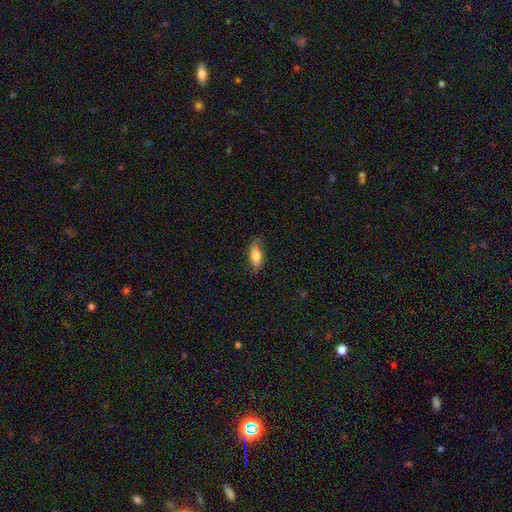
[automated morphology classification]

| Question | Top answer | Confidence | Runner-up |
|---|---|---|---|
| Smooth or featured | smooth | 72% | featured or disk (21%) |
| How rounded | in between | 80% | cigar-shaped (17%) |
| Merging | none | 75% | minor disturbance (20%) |